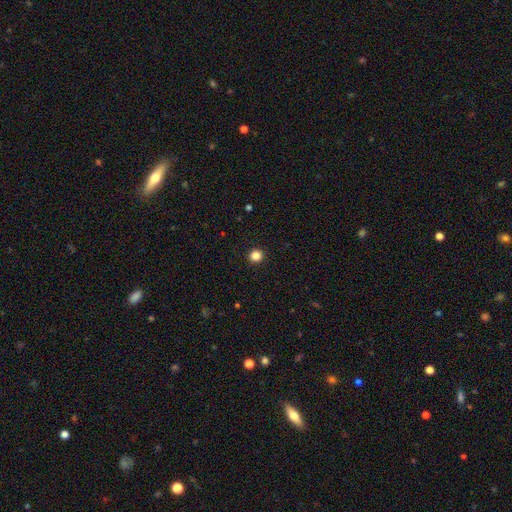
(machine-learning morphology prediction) type=smooth (85%); roundness=round (94%); merging=none (94%).